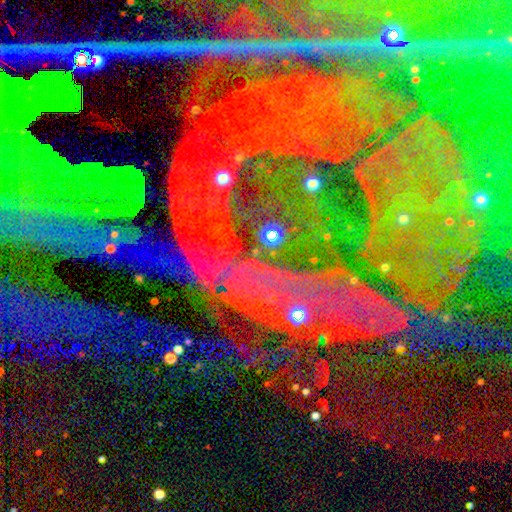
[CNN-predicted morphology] A star or artifact, not a galaxy (85%).